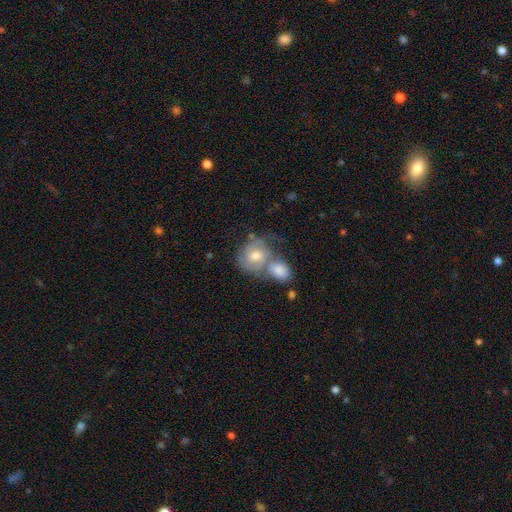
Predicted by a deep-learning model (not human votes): Smooth or featured?
  - featured or disk: 69% *
  - smooth: 25%
  - star or artifact: 6%
Edge-on disk?
  - no: 97% *
  - yes: 3%
Bar?
  - no: 62% *
  - weak: 32%
  - strong: 6%
Spiral arms?
  - yes: 91% *
  - no: 9%
Spiral winding?
  - tight: 52% *
  - medium: 38%
  - loose: 10%
Spiral arm count?
  - 2: 62% *
  - can't tell: 19%
  - 3: 11%
  - 1: 4%
  - 4: 2%
  - more than 4: 2%
Bulge size?
  - moderate: 67% *
  - small: 23%
  - large: 6%
  - none: 2%
  - dominant: 1%
Merging?
  - merger: 52% *
  - none: 29%
  - minor disturbance: 12%
  - major disturbance: 8%